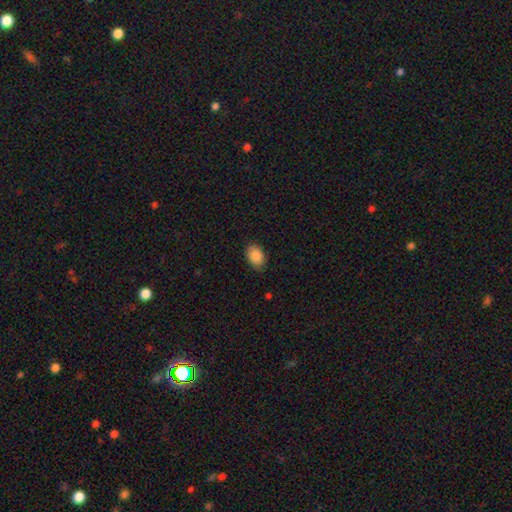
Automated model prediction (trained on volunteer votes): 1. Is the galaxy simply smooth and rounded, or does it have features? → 87% smooth, 7% star or artifact, 6% featured or disk.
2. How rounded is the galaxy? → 85% in between, 14% round, 1% cigar-shaped.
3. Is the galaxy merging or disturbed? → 83% none, 13% minor disturbance, 2% major disturbance, 1% merger.